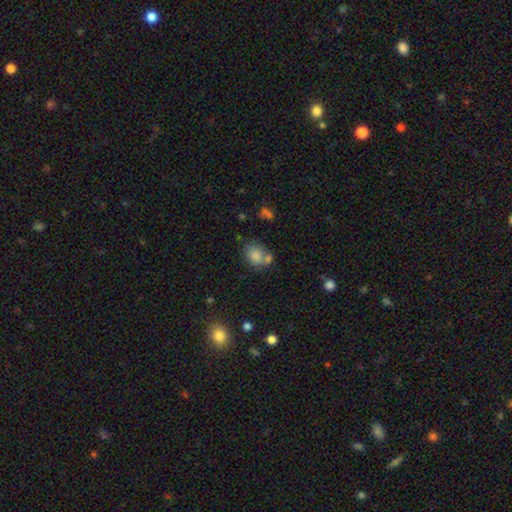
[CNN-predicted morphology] Smooth or featured? smooth (80%)
How rounded? in between (58%)
Merging? none (51%)